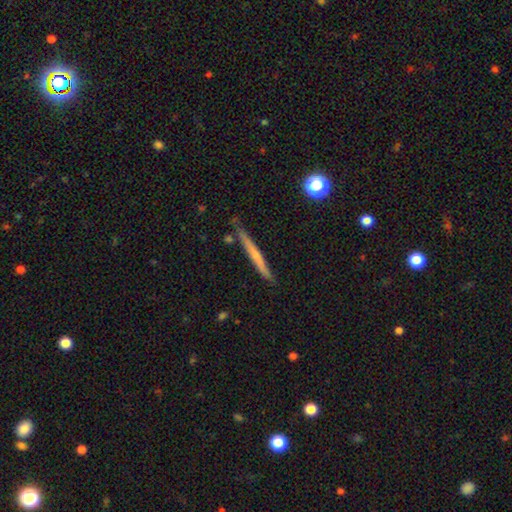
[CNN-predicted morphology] Overall: smooth (47%; featured or disk 45%). Merging: none (84%).